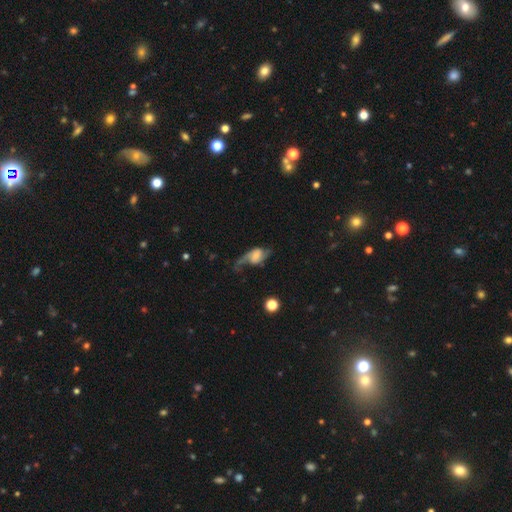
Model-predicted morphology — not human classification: A featured or disk galaxy (68%) with no bar (49%), 2 (75%) loose (68%) spiral arms (90%) and a small central bulge (28%, tied with none).

Vote fractions:
- Smooth or featured? featured or disk: 68% / smooth: 24% / star or artifact: 8%
- Edge-on disk? no: 95% / yes: 5%
- Bar? no: 49% / weak: 38% / strong: 13%
- Spiral arms? yes: 90% / no: 10%
- Spiral winding? loose: 68% / medium: 25% / tight: 7%
- Spiral arm count? 2: 75% / 1: 18% / can't tell: 4% / 3: 1% / 4: 1% / more than 4: 1%
- Bulge size? small: 28% (tied) / none: 28% (tied) / moderate: 21% / large: 17% / dominant: 6%
- Merging? none: 40% / major disturbance: 33% / minor disturbance: 23% / merger: 4%